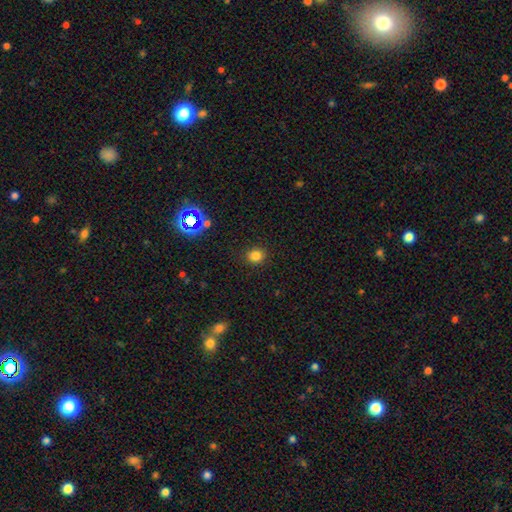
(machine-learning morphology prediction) This appears to be a smooth galaxy with no disk features (80%) that is round (81%). Merging: none (89%).